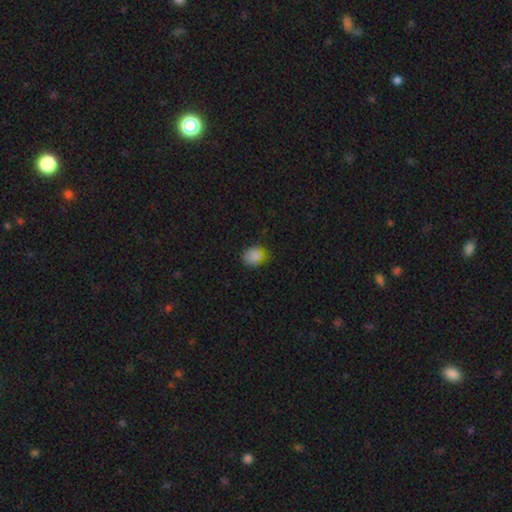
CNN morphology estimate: A smooth galaxy with no disk features (77%) that is round (60%). Merging: none (74%).